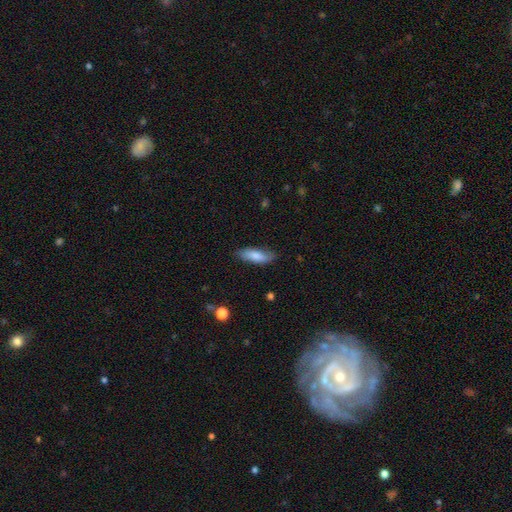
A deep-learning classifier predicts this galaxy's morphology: smooth 78%, featured or disk 16%, star or artifact 6%. Down the decision tree: how rounded — in between (61%); merging — none (77%).